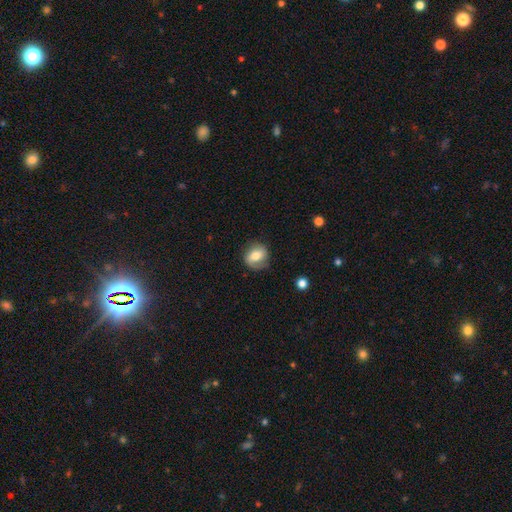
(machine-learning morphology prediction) A smooth galaxy with no disk features (52%) that is round (66%).

Vote fractions:
- Smooth or featured? smooth: 52% / featured or disk: 40% / star or artifact: 8%
- How rounded? round: 66% / in between: 33% / cigar-shaped: 1%
- Merging? none: 74% / minor disturbance: 18% / major disturbance: 7% / merger: 1%